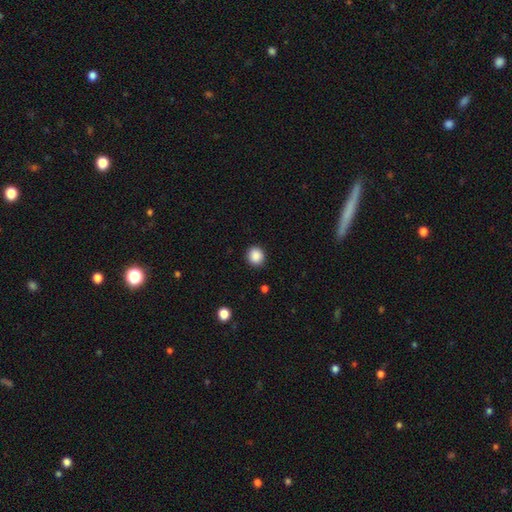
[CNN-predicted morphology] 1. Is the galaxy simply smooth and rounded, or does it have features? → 88% smooth, 9% star or artifact, 3% featured or disk.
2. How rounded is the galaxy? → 87% round, 12% in between, 1% cigar-shaped.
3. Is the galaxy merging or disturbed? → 91% none, 6% minor disturbance, 2% major disturbance, 1% merger.